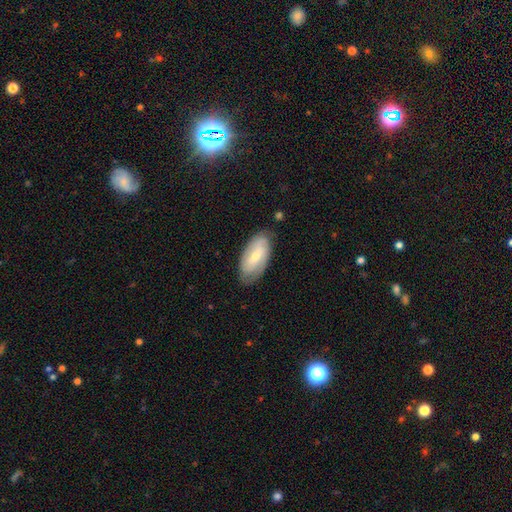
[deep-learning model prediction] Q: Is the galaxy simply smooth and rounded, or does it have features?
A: featured or disk — 54%.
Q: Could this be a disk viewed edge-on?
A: no — 91%.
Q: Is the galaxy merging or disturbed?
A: none — 75%.